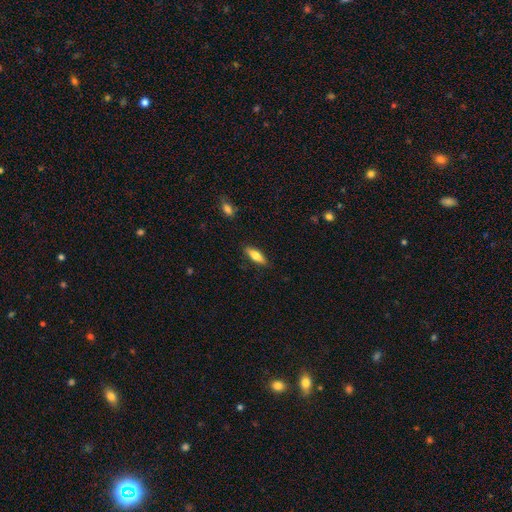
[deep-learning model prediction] Smooth or featured? smooth (72%)
How rounded? in between (53%)
Merging? none (86%)